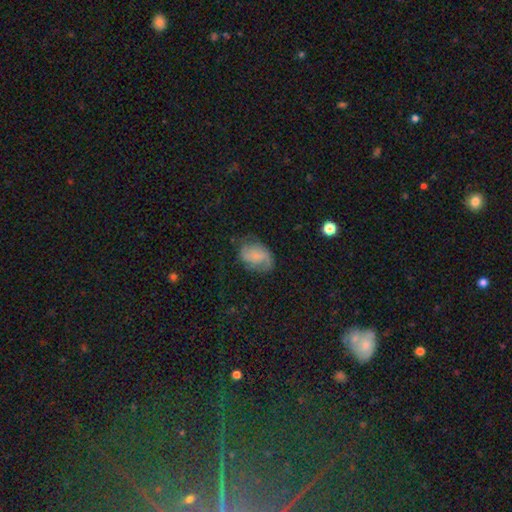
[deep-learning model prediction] Smooth or featured: featured or disk — 49% (smooth — 41%)
Merging: none — 60% (minor disturbance — 25%)